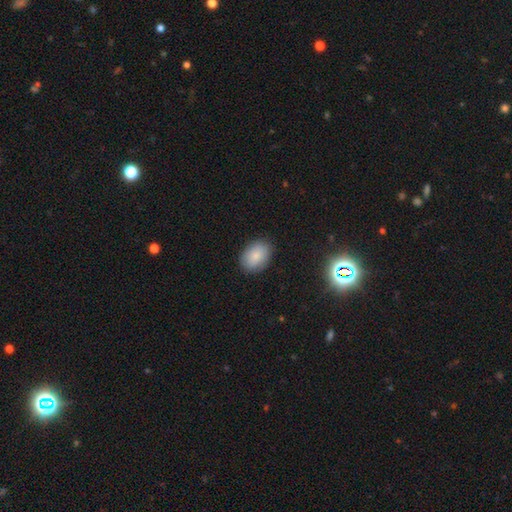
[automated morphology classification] smooth 84%, featured or disk 9%, star or artifact 7%. Down the decision tree: how rounded — in between (79%); merging — none (85%).